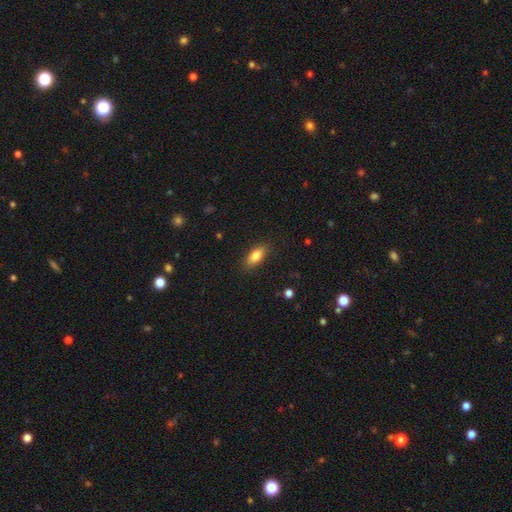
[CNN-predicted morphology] This is clearly a smooth galaxy (83%). How rounded: clearly in between (83%). Merging: clearly none (86%).